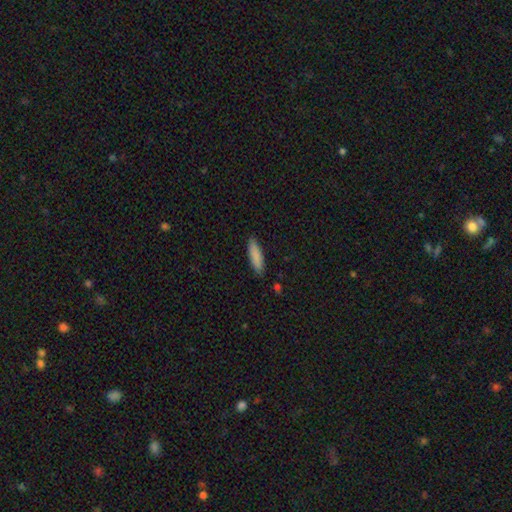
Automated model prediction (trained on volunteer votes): Smooth or featured? Predicted: smooth (p=0.86). How rounded? Predicted: cigar-shaped (p=0.69). Merging? Predicted: none (p=0.87).